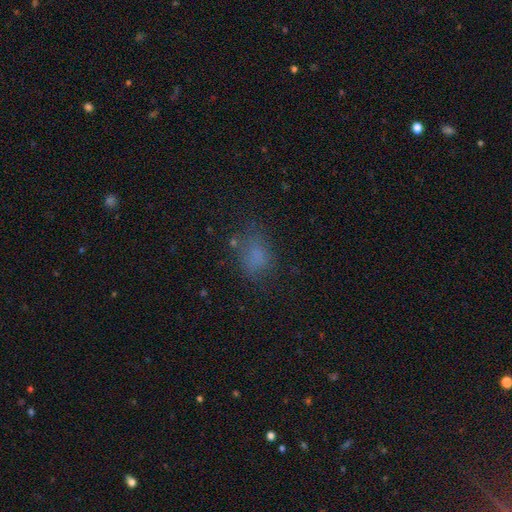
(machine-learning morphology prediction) A smooth galaxy with no disk features (72%) that is in between round and cigar-shaped (67%). Merging: none (63%).